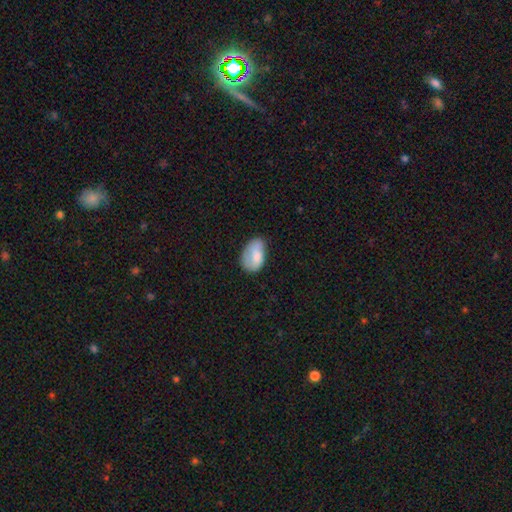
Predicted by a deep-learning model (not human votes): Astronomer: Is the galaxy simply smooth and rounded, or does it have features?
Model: smooth — 76%.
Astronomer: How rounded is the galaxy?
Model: in between — 89%.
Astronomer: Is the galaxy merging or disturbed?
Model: none — 48% (runner-up: minor disturbance, 35%).